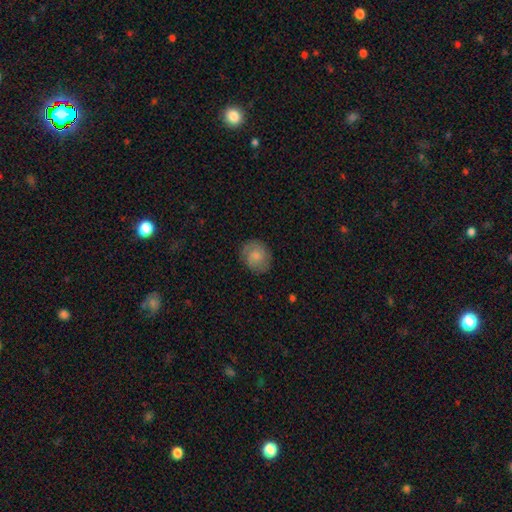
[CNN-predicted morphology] The model was most divided on "smooth or featured": smooth: 66%, featured or disk: 27%, star or artifact: 8%. More confident: merging — none (80%); how rounded — round (71%).